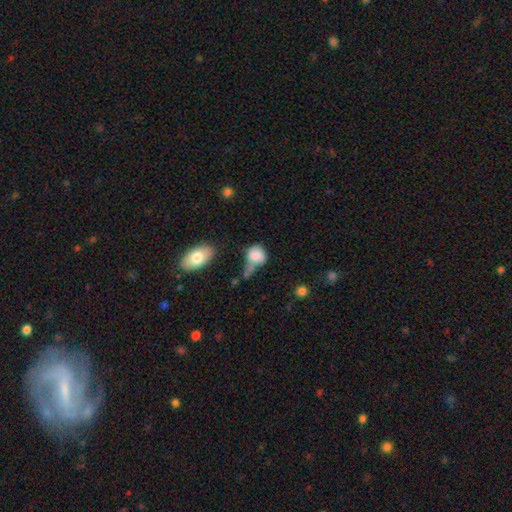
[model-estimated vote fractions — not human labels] Overall: smooth (78%). How rounded: in between (50%; round 49%). Merging: merger (27%; major disturbance 25%).